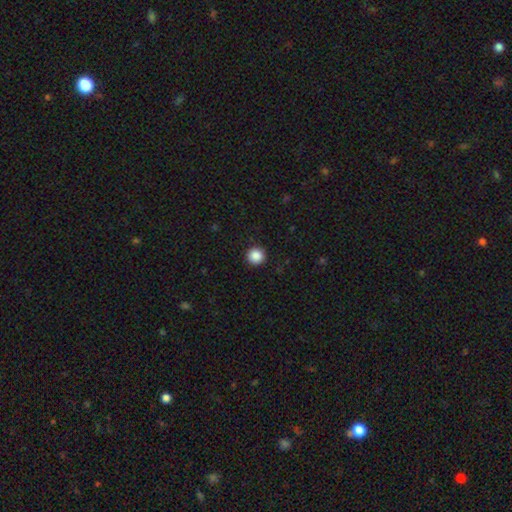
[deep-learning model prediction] Smooth or featured? smooth (88%)
How rounded? round (96%)
Merging? none (93%)